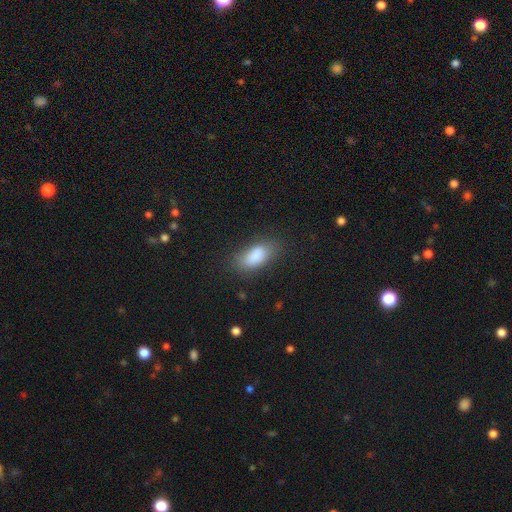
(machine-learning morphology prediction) Smooth or featured?
  - smooth: 84% *
  - star or artifact: 8%
  - featured or disk: 8%
How rounded?
  - in between: 88% *
  - cigar-shaped: 8%
  - round: 4%
Merging?
  - none: 69% *
  - minor disturbance: 21%
  - major disturbance: 8%
  - merger: 2%